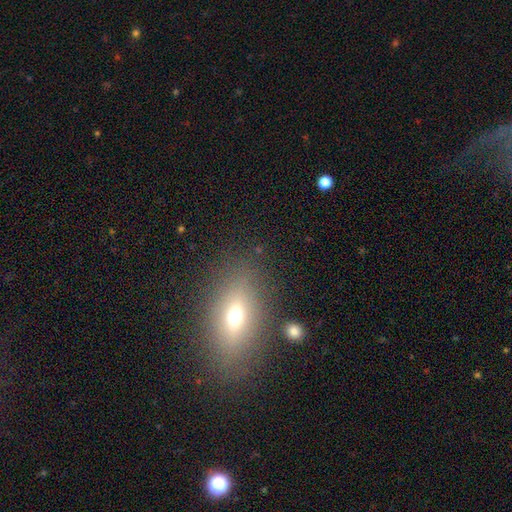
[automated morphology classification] The model was most divided on "smooth or featured": smooth: 58%, featured or disk: 24%, star or artifact: 18%. More confident: merging — none (85%); how rounded — in between (72%).